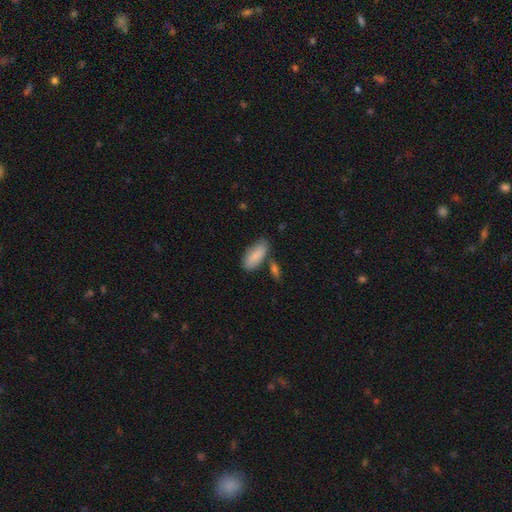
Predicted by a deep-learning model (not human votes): Overall: smooth (85%). How rounded: in between (86%). Merging: none (69%).